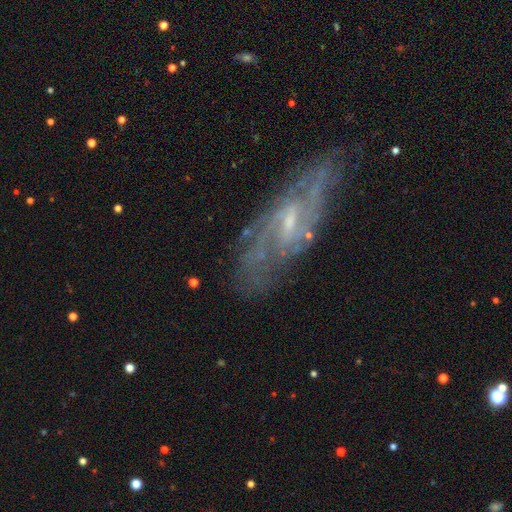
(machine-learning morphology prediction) smooth_or_featured: featured or disk (p=0.81) [alt: smooth p=0.11]
disk_edge_on: no (p=0.84) [alt: yes p=0.16]
bar: weak (p=0.54) [alt: no p=0.28]
has_spiral_arms: yes (p=0.85) [alt: no p=0.15]
spiral_winding: medium (p=0.42) [alt: tight p=0.38]
spiral_arm_count: can't tell (p=0.41) [alt: 2 p=0.38]
bulge_size: small (p=0.61) [alt: moderate p=0.26]
merging: none (p=0.71) [alt: minor disturbance p=0.19]